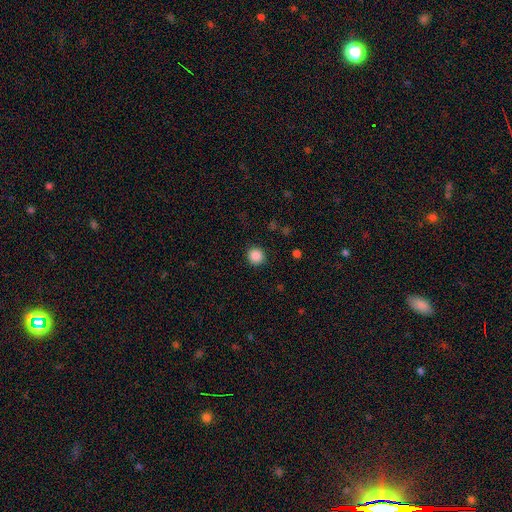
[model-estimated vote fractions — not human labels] A smooth galaxy with no disk features (87%) that is round (93%). Merging: none (91%).